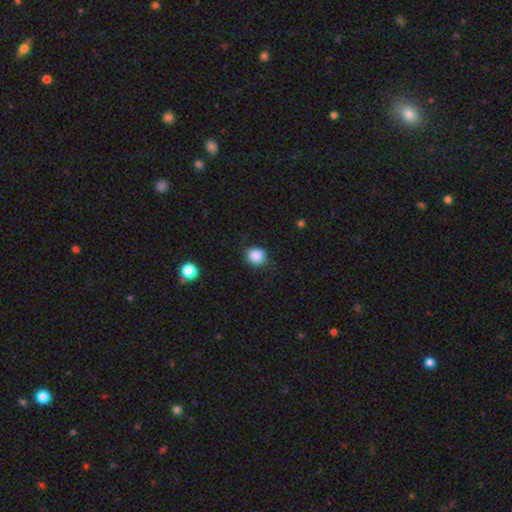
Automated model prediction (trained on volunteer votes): Smooth or featured?
  - smooth: 86% *
  - star or artifact: 10%
  - featured or disk: 4%
How rounded?
  - round: 77% *
  - in between: 22%
  - cigar-shaped: 1%
Merging?
  - none: 81% *
  - minor disturbance: 15%
  - major disturbance: 3%
  - merger: 1%